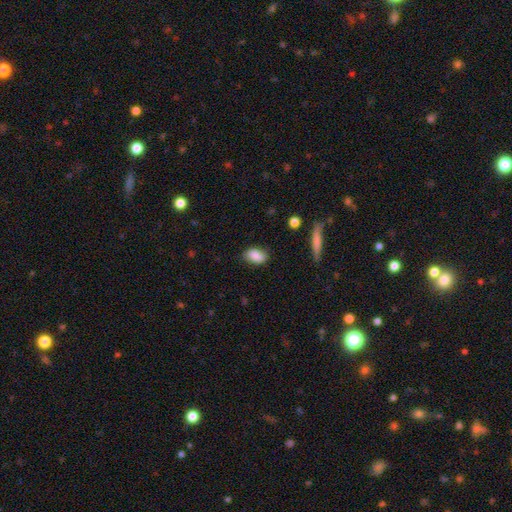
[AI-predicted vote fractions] Morphology: type=smooth (85%); roundness=in between (89%); merging=none (78%).